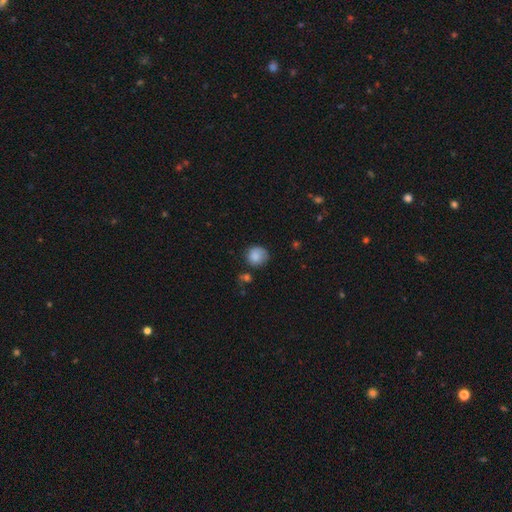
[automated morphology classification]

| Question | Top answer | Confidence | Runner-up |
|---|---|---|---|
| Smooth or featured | smooth | 83% | featured or disk (9%) |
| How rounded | round | 87% | in between (12%) |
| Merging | none | 69% | minor disturbance (22%) |